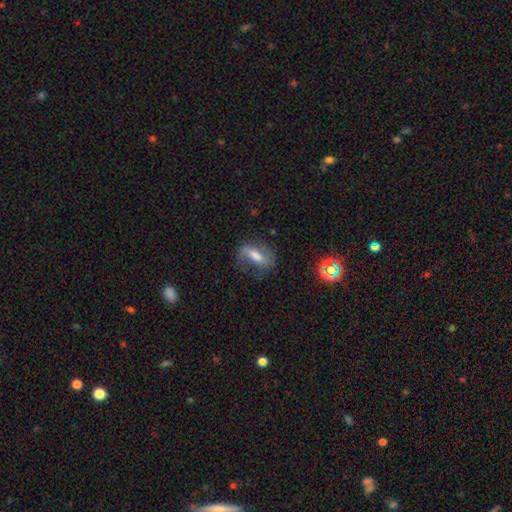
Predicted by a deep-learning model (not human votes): smooth-or-featured: featured or disk: 50% | smooth: 38% | star or artifact: 11%
  disk-edge-on: no: 85% | yes: 15%
  merging: none: 58% | minor disturbance: 23% | major disturbance: 17% | merger: 2%